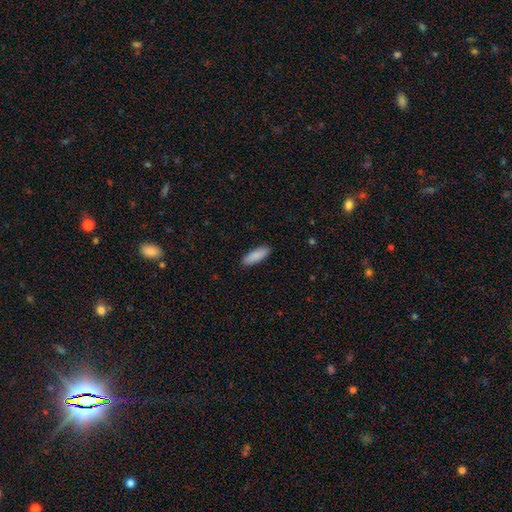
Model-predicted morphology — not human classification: A smooth galaxy with no disk features (90%) that is in between round and cigar-shaped (57%). Merging: none (90%).